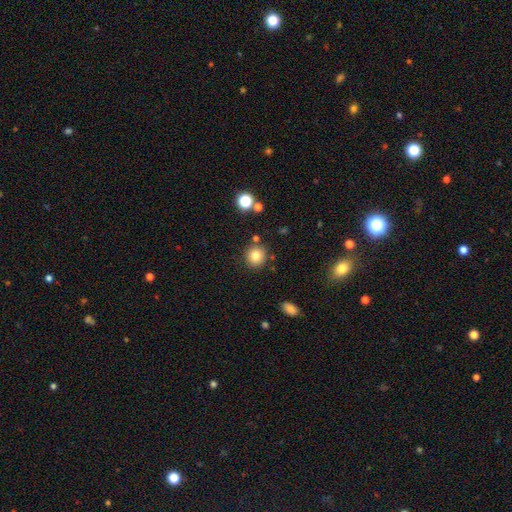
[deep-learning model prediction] This appears to be a smooth galaxy with no disk features (81%) that is round (92%). Merging: none (85%).